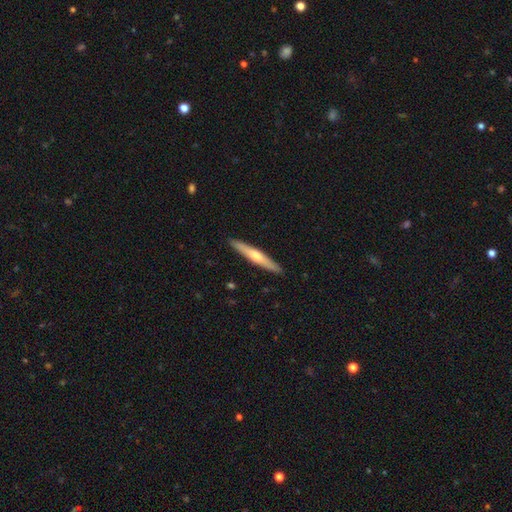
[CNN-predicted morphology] A featured or disk galaxy (51%) viewed edge-on (96%).

Vote fractions:
- Smooth or featured? featured or disk: 51% / smooth: 44% / star or artifact: 5%
- Edge-on disk? yes: 96% / no: 4%
- Merging? none: 92% / minor disturbance: 6% / major disturbance: 1% / merger: 1%